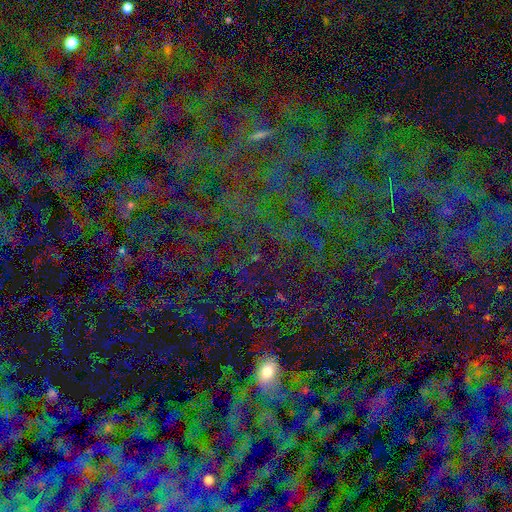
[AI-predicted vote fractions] smooth-or-featured: star or artifact: 76% | smooth: 15% | featured or disk: 9%